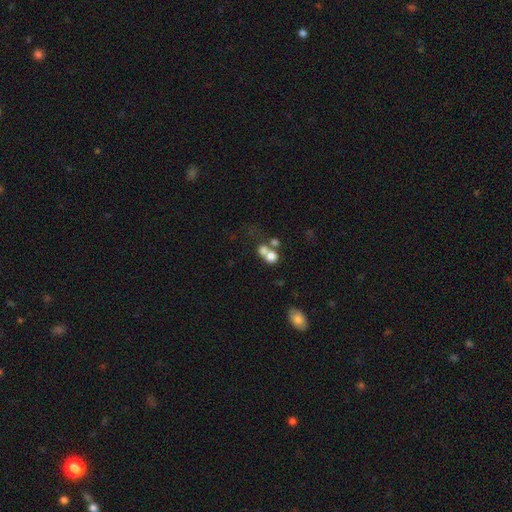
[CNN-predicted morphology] This is likely a smooth galaxy (66%). How rounded: likely round (70%). Merging: possibly merger (53%).